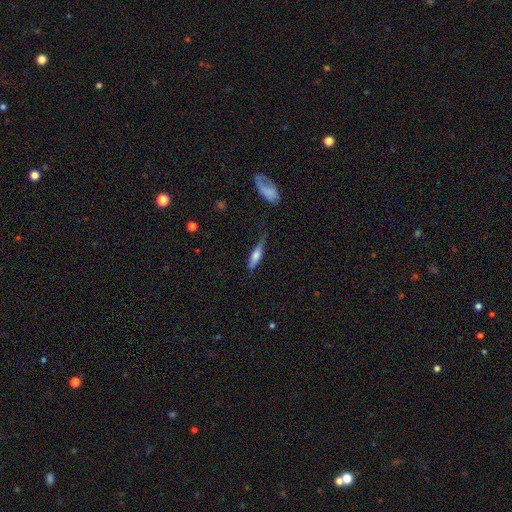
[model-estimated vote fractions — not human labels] smooth 66%, featured or disk 27%, star or artifact 7%. Down the decision tree: how rounded — cigar-shaped (59%); merging — none (53%).